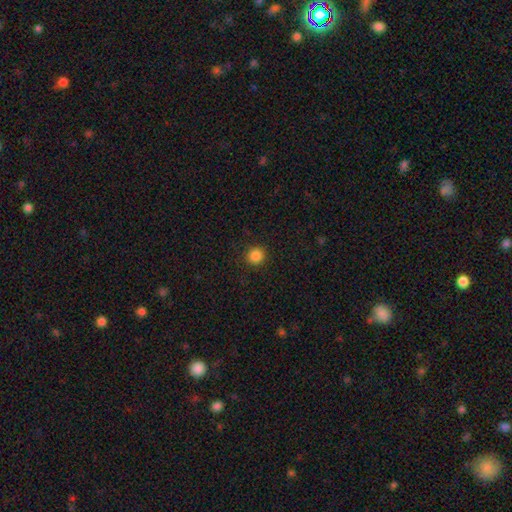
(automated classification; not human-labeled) A smooth galaxy with no disk features (85%) that is round (94%). Merging: none (92%).